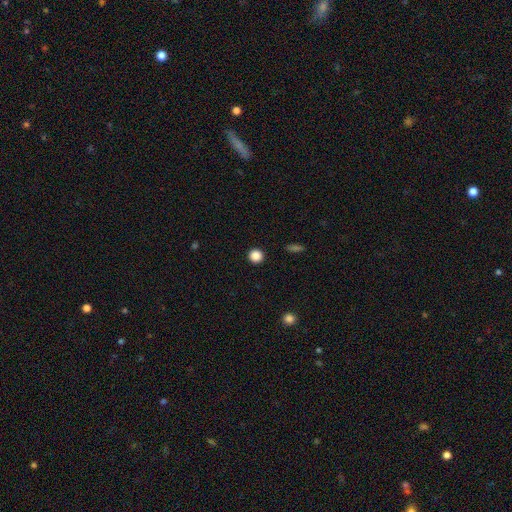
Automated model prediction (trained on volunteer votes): A smooth galaxy with no disk features (87%) that is round (95%).

Vote fractions:
- Smooth or featured? smooth: 87% / star or artifact: 10% / featured or disk: 3%
- How rounded? round: 95% / in between: 4% / cigar-shaped: 1%
- Merging? none: 93% / minor disturbance: 4% / major disturbance: 2% / merger: 1%